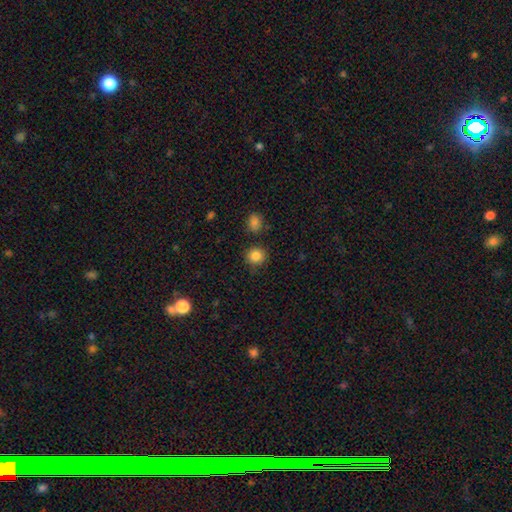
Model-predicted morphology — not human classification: Smooth or featured?
  - smooth: 85% *
  - star or artifact: 11%
  - featured or disk: 5%
How rounded?
  - round: 90% *
  - in between: 9%
  - cigar-shaped: 1%
Merging?
  - none: 86% *
  - minor disturbance: 8%
  - merger: 4%
  - major disturbance: 2%